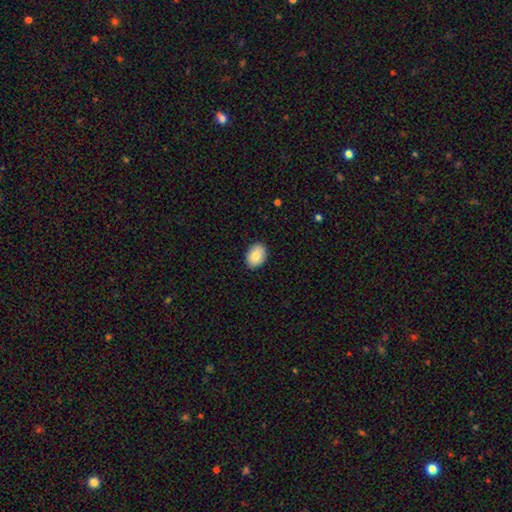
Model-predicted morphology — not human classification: A smooth galaxy with no disk features (84%) that is in between round and cigar-shaped (79%). Merging: none (89%).